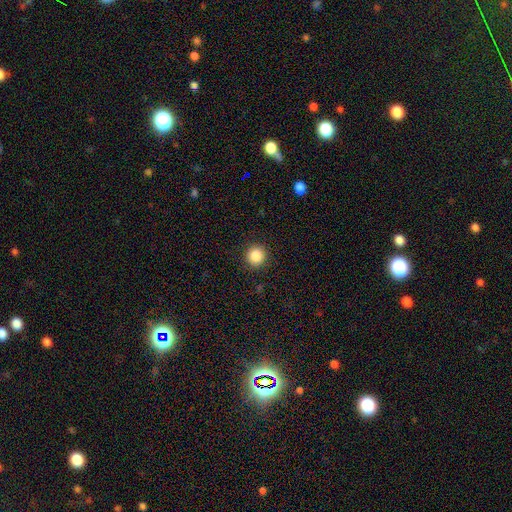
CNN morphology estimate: A smooth galaxy with no disk features (86%) that is round (95%).

Vote fractions:
- Smooth or featured? smooth: 86% / star or artifact: 10% / featured or disk: 4%
- How rounded? round: 95% / in between: 4% / cigar-shaped: 1%
- Merging? none: 92% / minor disturbance: 5% / major disturbance: 2% / merger: 1%